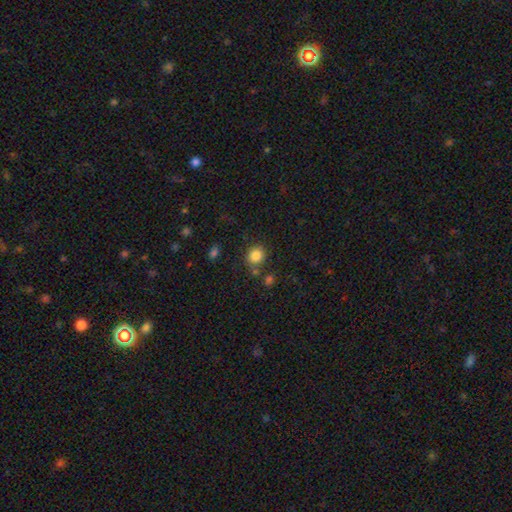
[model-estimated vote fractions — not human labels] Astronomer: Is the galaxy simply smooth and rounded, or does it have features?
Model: smooth — 85%.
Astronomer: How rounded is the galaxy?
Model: round — 78%.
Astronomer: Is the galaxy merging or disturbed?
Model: none — 76%.